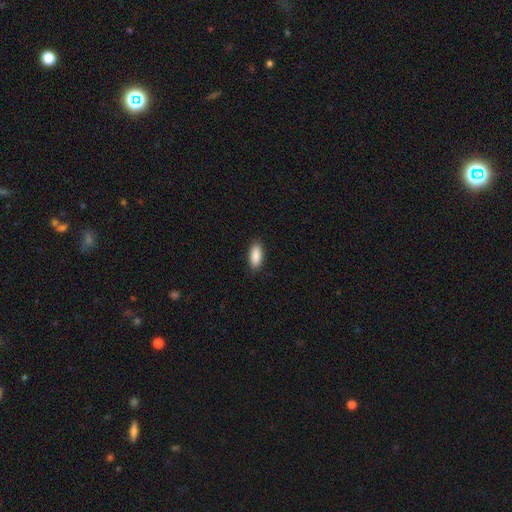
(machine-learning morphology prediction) Smooth or featured? Predicted: smooth (p=0.90). How rounded? Predicted: in between (p=0.87). Merging? Predicted: none (p=0.89).